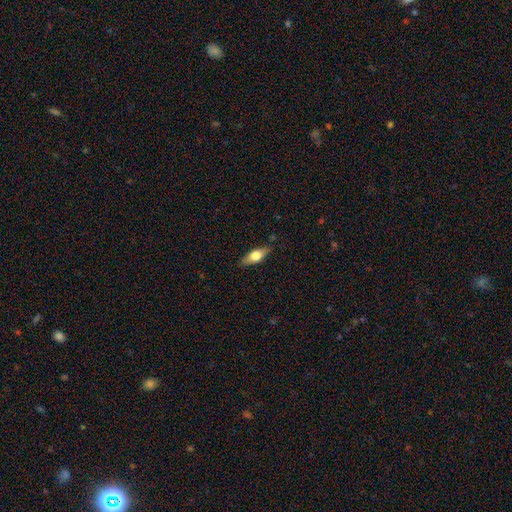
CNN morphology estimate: smooth-or-featured: smooth: 57% | featured or disk: 37% | star or artifact: 6%
  how-rounded: in between: 62% | cigar-shaped: 34% | round: 4%
  merging: none: 84% | minor disturbance: 13% | major disturbance: 3% | merger: 1%